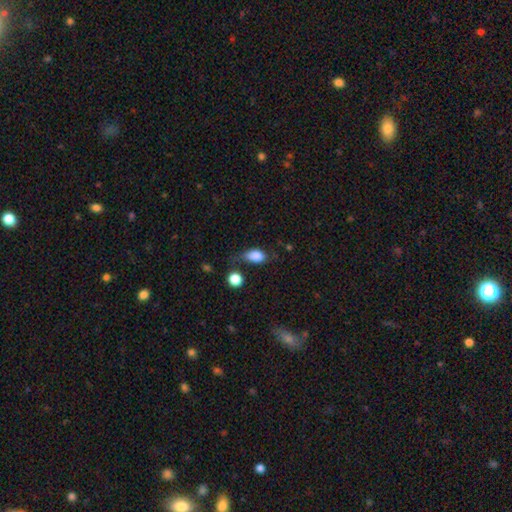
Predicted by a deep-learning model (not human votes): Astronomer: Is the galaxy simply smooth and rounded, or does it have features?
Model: smooth — 83%.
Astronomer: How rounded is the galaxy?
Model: in between — 84%.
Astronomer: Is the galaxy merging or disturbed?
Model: none — 46% (runner-up: minor disturbance, 32%).